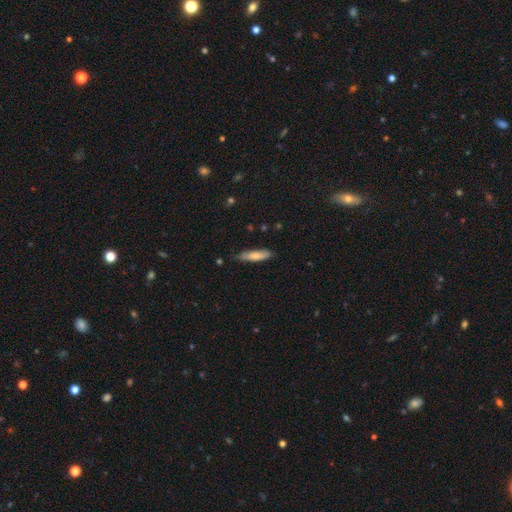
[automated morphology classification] Smooth or featured: smooth — 77% (featured or disk — 17%)
How rounded: cigar-shaped — 67% (in between — 32%)
Merging: none — 72% (minor disturbance — 23%)